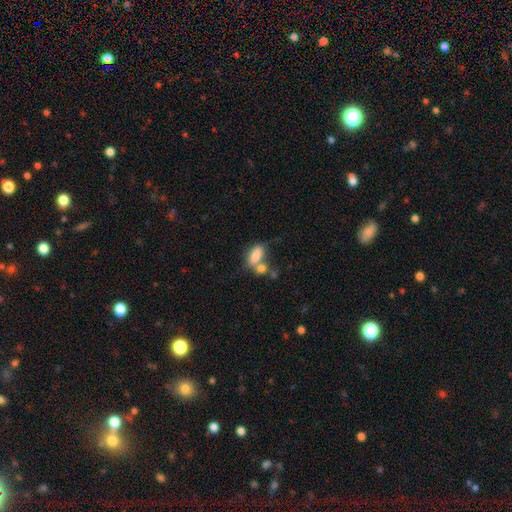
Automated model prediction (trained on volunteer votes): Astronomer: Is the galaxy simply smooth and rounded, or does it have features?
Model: smooth — 81%.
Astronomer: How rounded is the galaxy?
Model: in between — 86%.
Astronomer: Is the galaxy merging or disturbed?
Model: merger — 44% (runner-up: none, 36%).